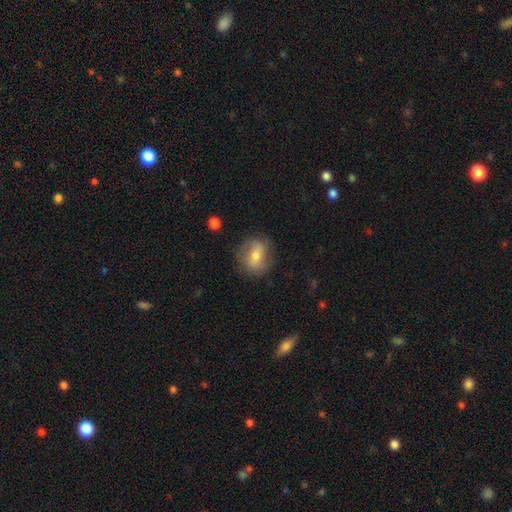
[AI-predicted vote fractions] Overall: smooth (54%; featured or disk 38%). How rounded: round (60%; in between 38%). Merging: none (78%).